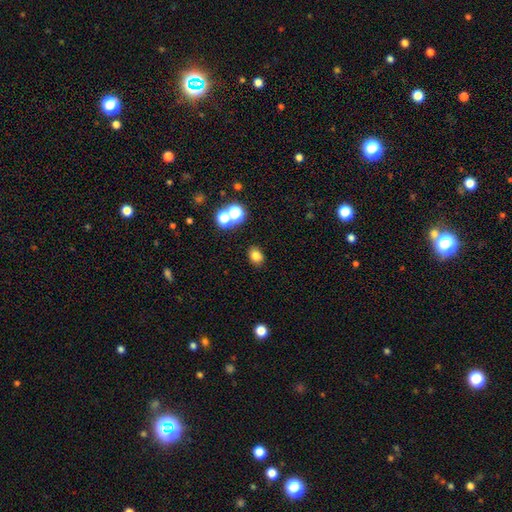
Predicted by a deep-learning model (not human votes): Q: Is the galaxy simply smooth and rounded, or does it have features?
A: smooth — 77%.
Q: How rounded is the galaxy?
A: in between — 56%.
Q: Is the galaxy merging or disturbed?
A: none — 85%.